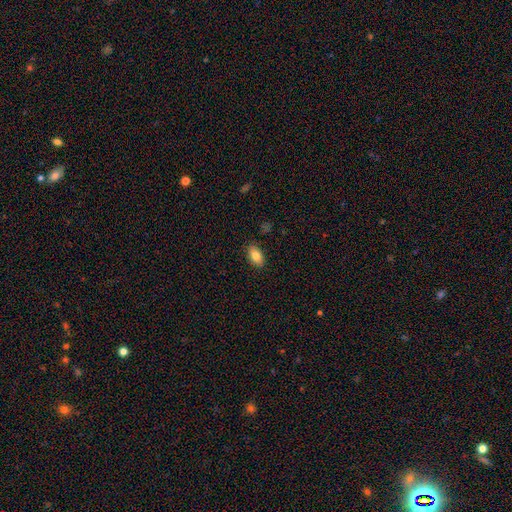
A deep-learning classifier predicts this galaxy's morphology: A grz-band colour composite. It shows a smooth galaxy with no disk features (83%) that is in between round and cigar-shaped (92%). Merging: none (87%).